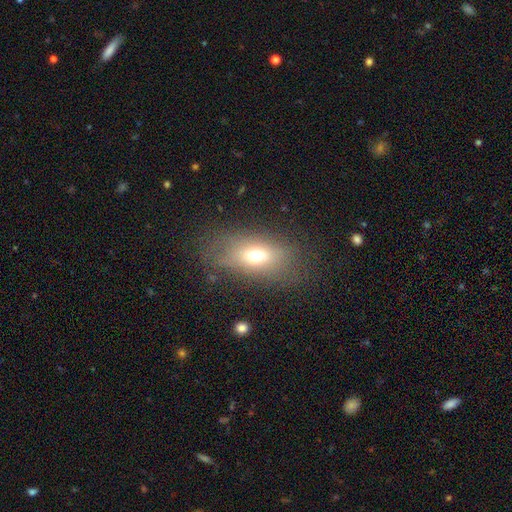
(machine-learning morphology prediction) Smooth or featured? Predicted: smooth (p=0.64). How rounded? Predicted: in between (p=0.80). Merging? Predicted: none (p=0.72).